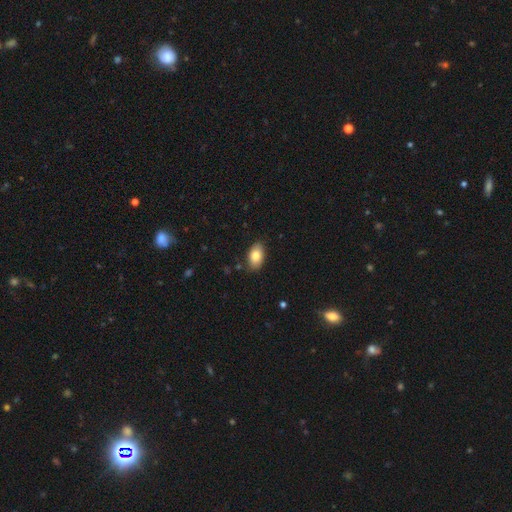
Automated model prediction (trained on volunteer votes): Smooth or featured?
  - smooth: 83% *
  - featured or disk: 10%
  - star or artifact: 7%
How rounded?
  - in between: 91% *
  - round: 7%
  - cigar-shaped: 2%
Merging?
  - none: 85% *
  - minor disturbance: 11%
  - major disturbance: 2%
  - merger: 1%